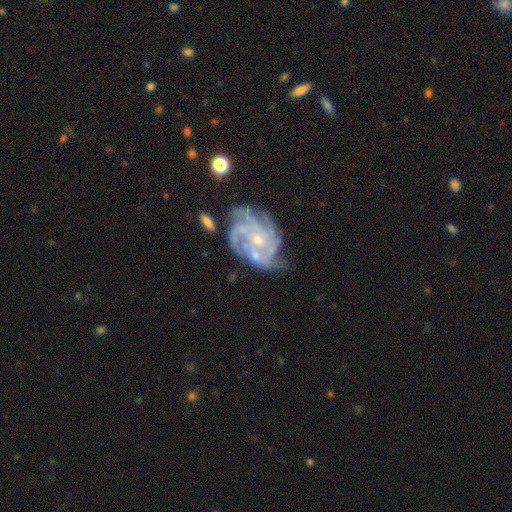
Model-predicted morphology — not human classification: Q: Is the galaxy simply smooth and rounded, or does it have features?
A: featured or disk — 85%.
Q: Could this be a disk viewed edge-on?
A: no — 98%.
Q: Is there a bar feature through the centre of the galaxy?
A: no — 71%.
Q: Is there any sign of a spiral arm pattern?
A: yes — 93%.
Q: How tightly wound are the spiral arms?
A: tight — 50%.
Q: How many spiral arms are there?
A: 4 — 31%.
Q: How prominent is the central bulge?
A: small — 70%.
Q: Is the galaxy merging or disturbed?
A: none — 47%.